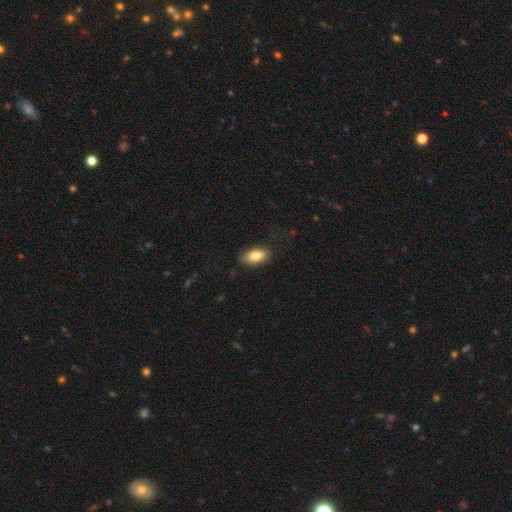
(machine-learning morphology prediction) Smooth or featured? smooth (82%)
How rounded? in between (89%)
Merging? none (79%)